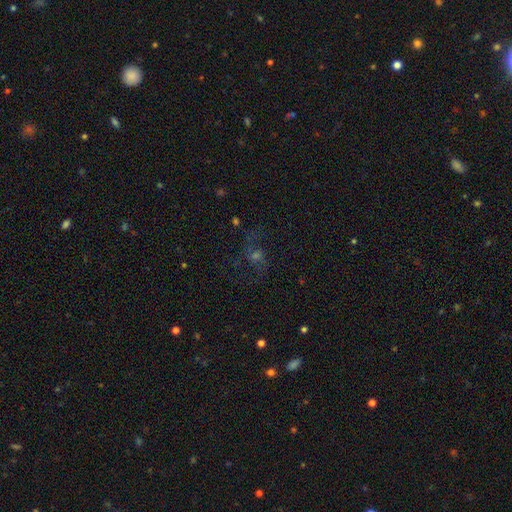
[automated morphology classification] featured or disk 47%, star or artifact 32%, smooth 21%. Down the decision tree: merging — none (64%).